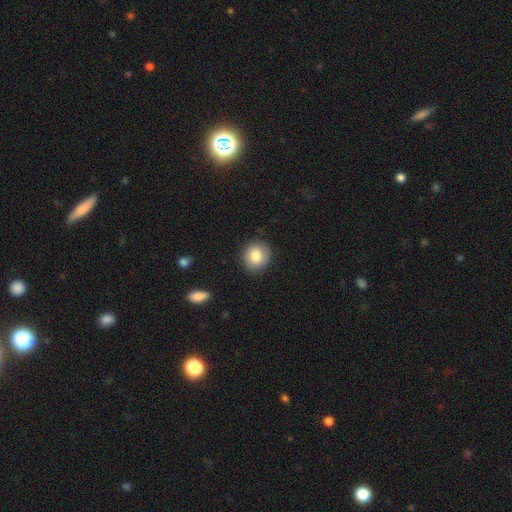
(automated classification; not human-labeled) smooth-or-featured: smooth: 82% | featured or disk: 10% | star or artifact: 8%
  how-rounded: round: 83% | in between: 16% | cigar-shaped: 1%
  merging: none: 88% | minor disturbance: 8% | major disturbance: 2% | merger: 1%